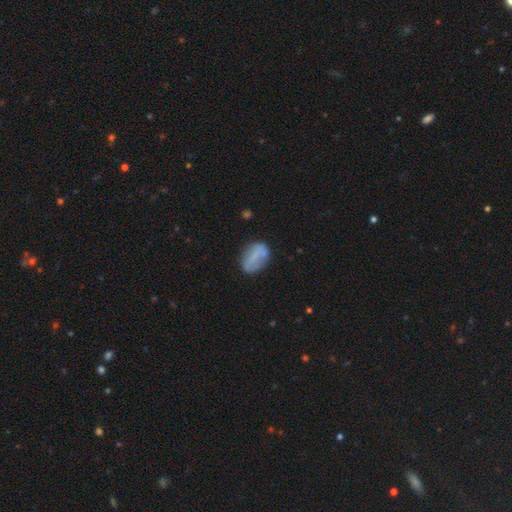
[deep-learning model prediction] The model was most divided on "smooth or featured": smooth: 67%, featured or disk: 25%, star or artifact: 8%. More confident: how rounded — in between (85%); merging — none (67%).